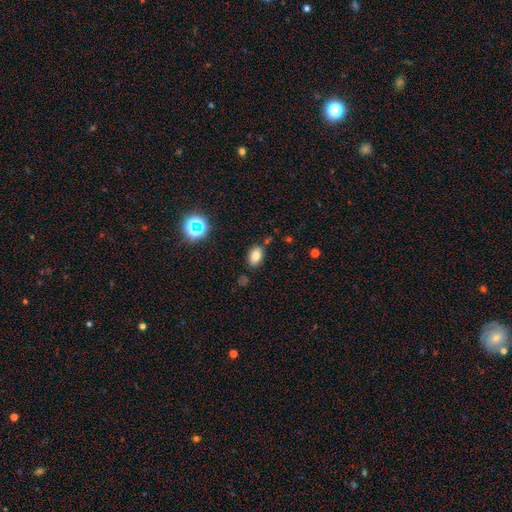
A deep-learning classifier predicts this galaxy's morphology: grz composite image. It shows a smooth galaxy with no disk features (78%) that is in between round and cigar-shaped (85%). Merging: none (81%).